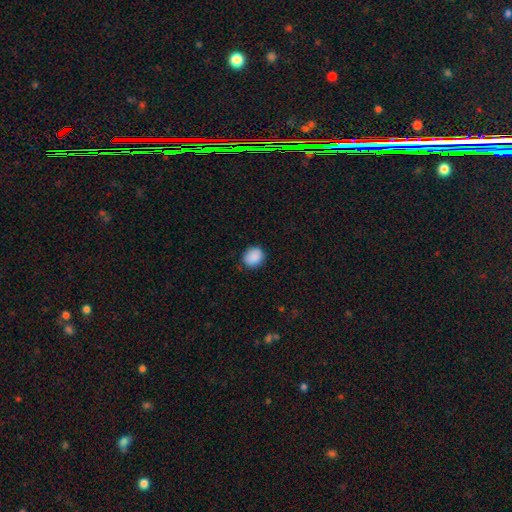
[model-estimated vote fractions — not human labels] smooth 89%, star or artifact 8%, featured or disk 3%. Down the decision tree: how rounded — round (63%); merging — none (84%).